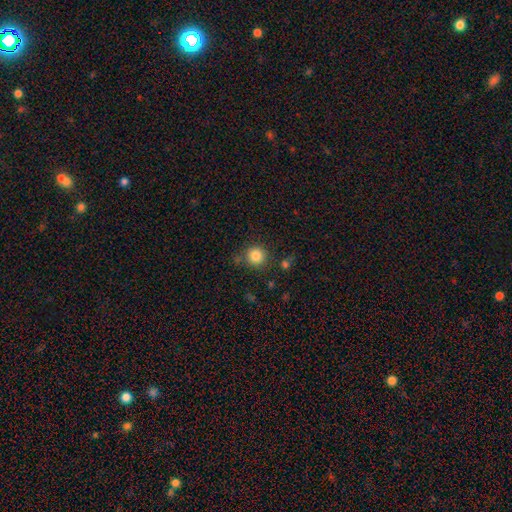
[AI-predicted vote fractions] Morphology: type=smooth (83%); roundness=round (93%); merging=none (81%).